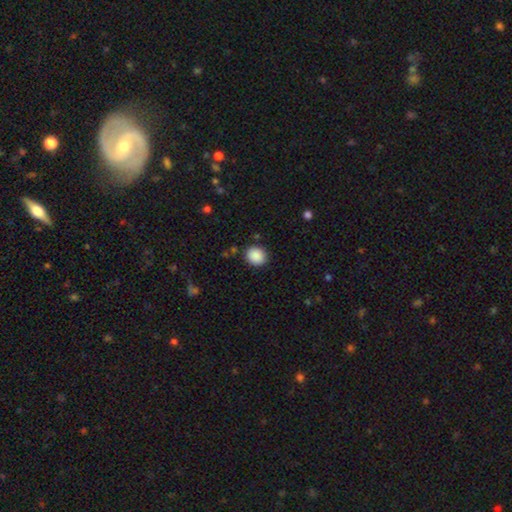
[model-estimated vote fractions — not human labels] This is clearly a smooth galaxy (89%). How rounded: likely round (79%). Merging: clearly none (88%).